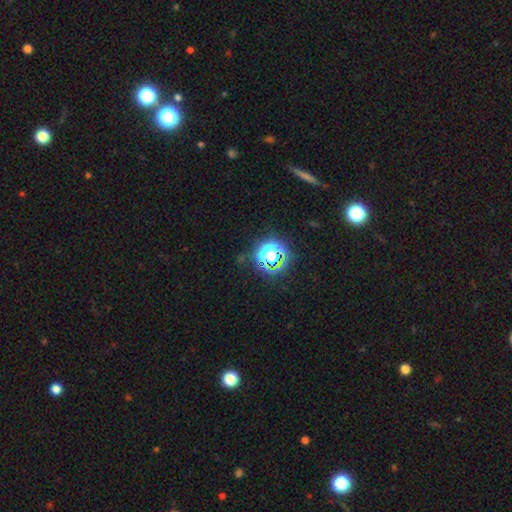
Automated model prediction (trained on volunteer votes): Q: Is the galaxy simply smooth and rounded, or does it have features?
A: star or artifact — 74%.